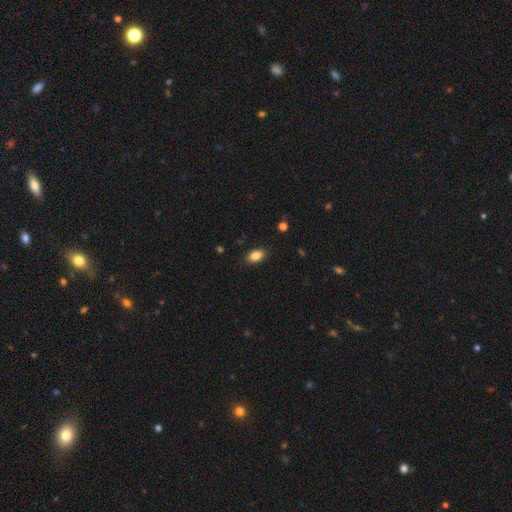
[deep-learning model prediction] Overall: smooth (86%). How rounded: in between (88%). Merging: none (87%).